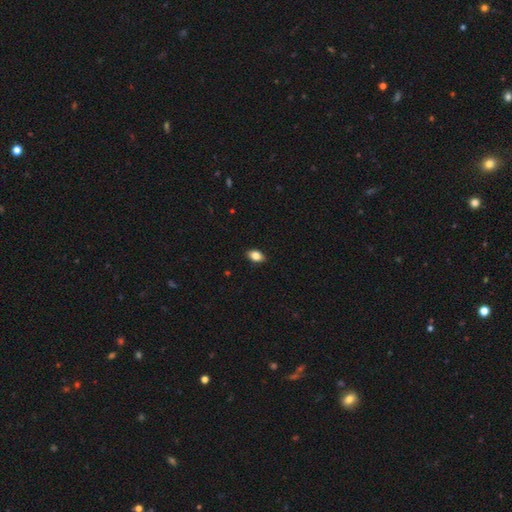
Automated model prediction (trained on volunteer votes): A smooth galaxy with no disk features (84%) that is in between round and cigar-shaped (87%). Merging: none (88%).